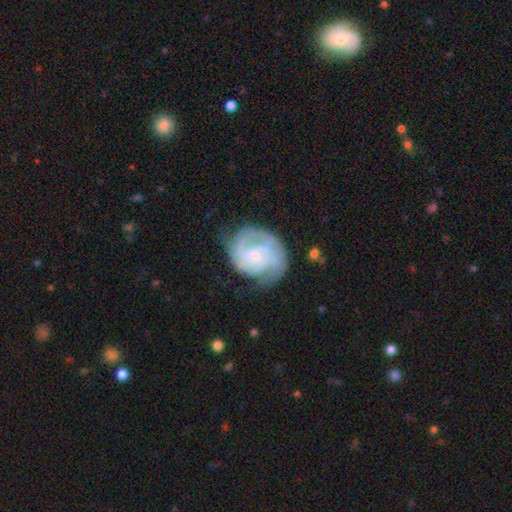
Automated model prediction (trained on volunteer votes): Morphology: type=featured or disk (79%); edge-on=no (98%); bar=no (55%); spiral arms=yes (93%); winding=tight (54%); arm count=2 (35%); bulge=small (74%); merging=none (60%).